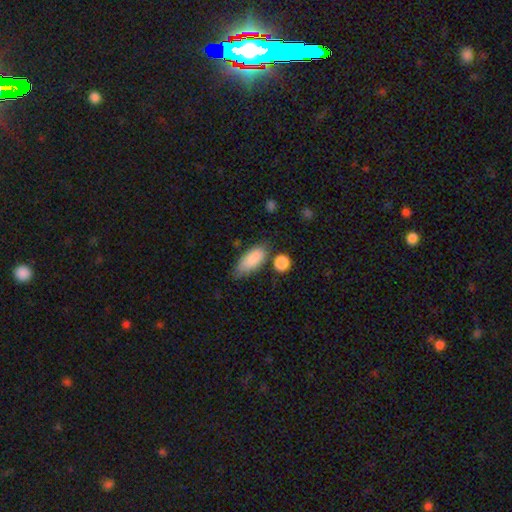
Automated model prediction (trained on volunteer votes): Smooth or featured? Predicted: smooth (p=0.85). How rounded? Predicted: in between (p=0.83). Merging? Predicted: none (p=0.58).